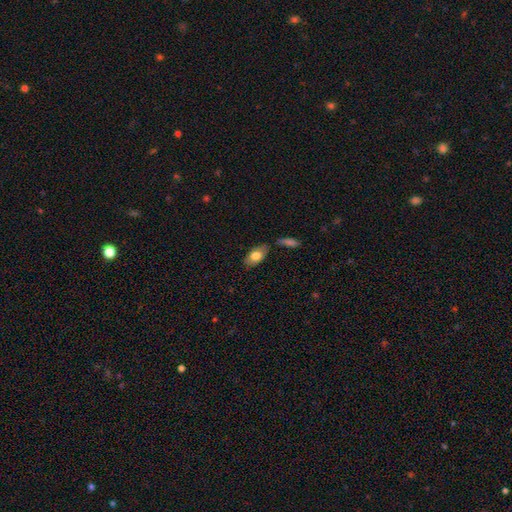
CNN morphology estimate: This is likely a smooth galaxy (76%). How rounded: clearly in between (90%). Merging: likely none (68%).